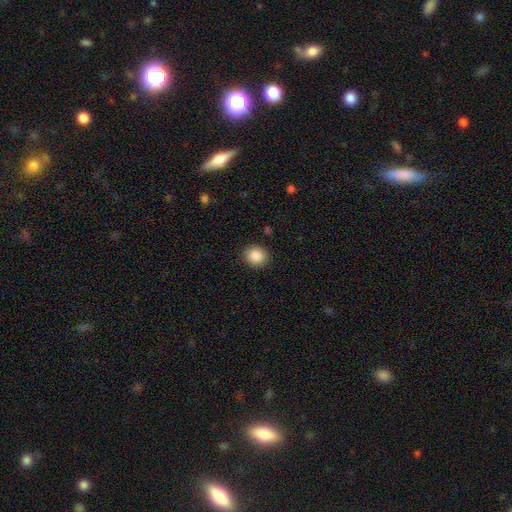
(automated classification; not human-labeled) smooth_or_featured: smooth (p=0.87) [alt: star or artifact p=0.08]
how_rounded: round (p=0.77) [alt: in between p=0.22]
merging: none (p=0.90) [alt: minor disturbance p=0.07]